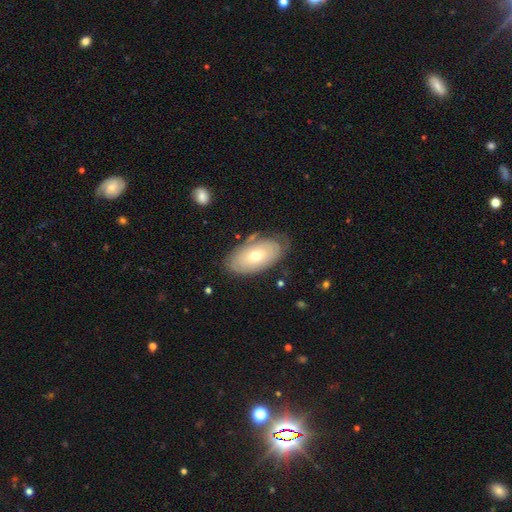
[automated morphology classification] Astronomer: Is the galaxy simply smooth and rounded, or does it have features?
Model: featured or disk — 49% (runner-up: smooth, 45%).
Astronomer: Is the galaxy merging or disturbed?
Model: none — 72%.